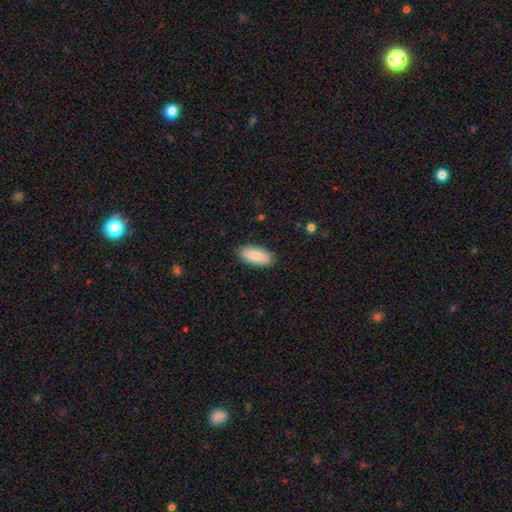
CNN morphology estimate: This appears to be a smooth galaxy with no disk features (87%) that is in between round and cigar-shaped (88%). Merging: none (88%).